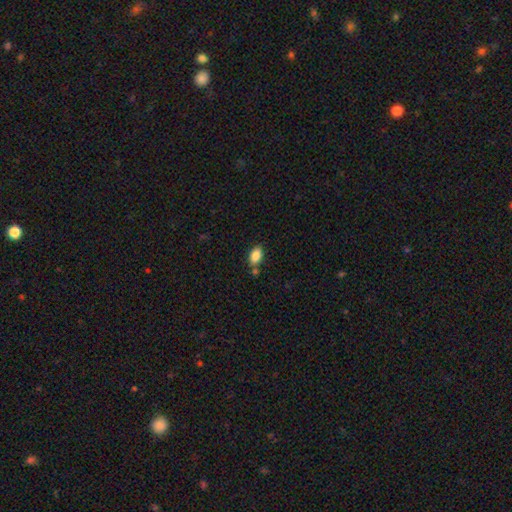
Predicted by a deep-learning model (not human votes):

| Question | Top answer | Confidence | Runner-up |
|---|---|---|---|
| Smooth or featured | smooth | 88% | star or artifact (8%) |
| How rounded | in between | 91% | round (7%) |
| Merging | none | 71% | minor disturbance (14%) |